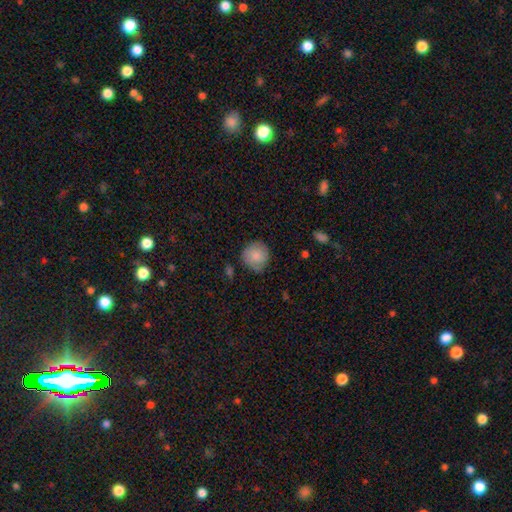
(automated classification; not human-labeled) smooth 81%, featured or disk 12%, star or artifact 7%. Down the decision tree: how rounded — round (90%); merging — none (73%).